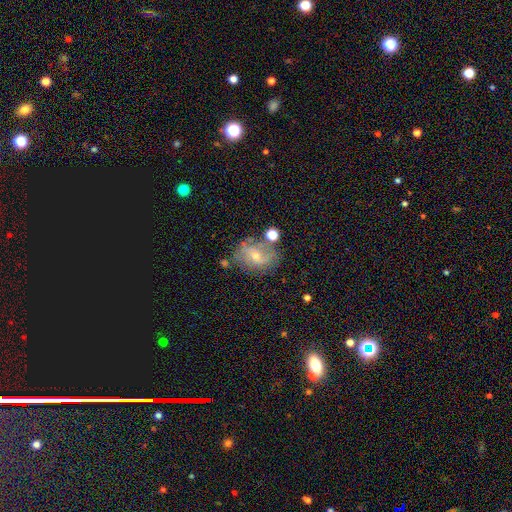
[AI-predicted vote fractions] This is possibly a featured or disk galaxy (55%). It is clearly not viewed edge-on (95%). Bar: marginally no (43%). Spiral arm pattern: likely yes (64%). Central bulge: possibly small (60%). Merging: likely none (62%).